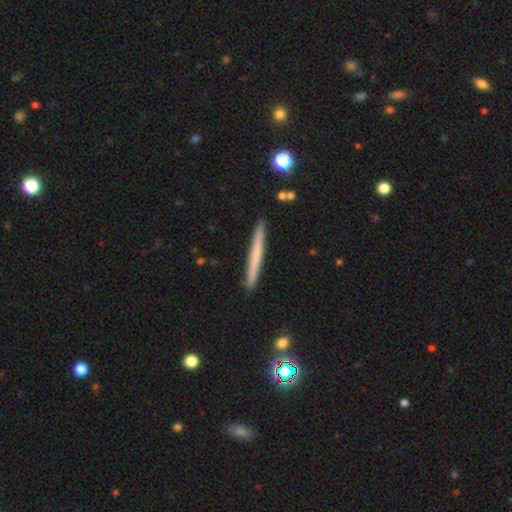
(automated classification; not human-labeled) smooth_or_featured: smooth (p=0.57) [alt: featured or disk p=0.37]
how_rounded: cigar-shaped (p=0.97) [alt: in between p=0.02]
merging: none (p=0.91) [alt: minor disturbance p=0.06]